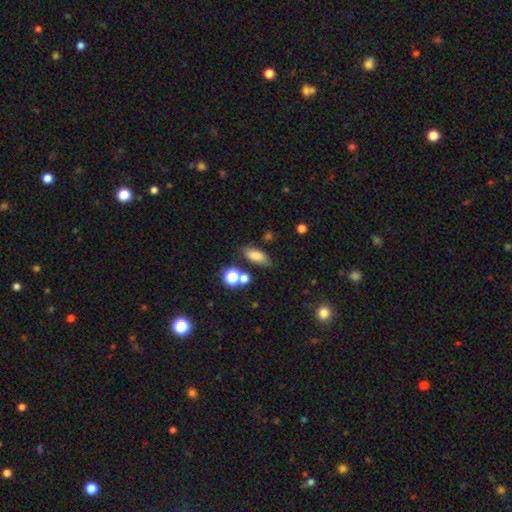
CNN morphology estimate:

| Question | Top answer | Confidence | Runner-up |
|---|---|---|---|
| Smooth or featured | smooth | 78% | star or artifact (12%) |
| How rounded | in between | 75% | cigar-shaped (16%) |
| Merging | none | 71% | minor disturbance (14%) |